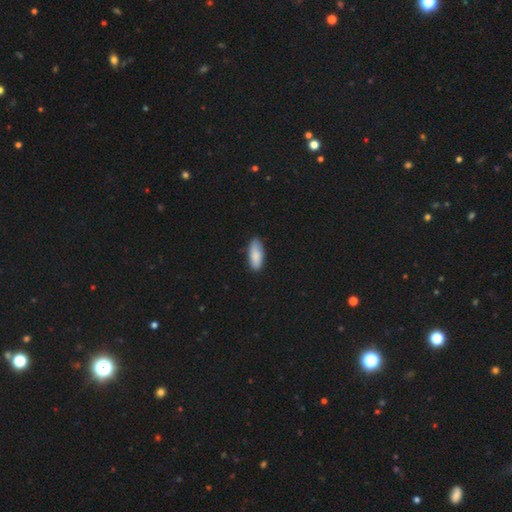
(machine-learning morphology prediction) Smooth or featured? smooth (87%)
How rounded? in between (79%)
Merging? none (83%)